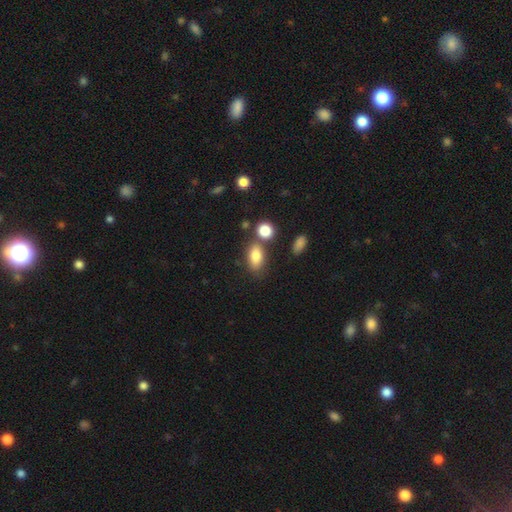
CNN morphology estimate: Smooth or featured? Predicted: smooth (p=0.83). How rounded? Predicted: in between (p=0.86). Merging? Predicted: none (p=0.65).